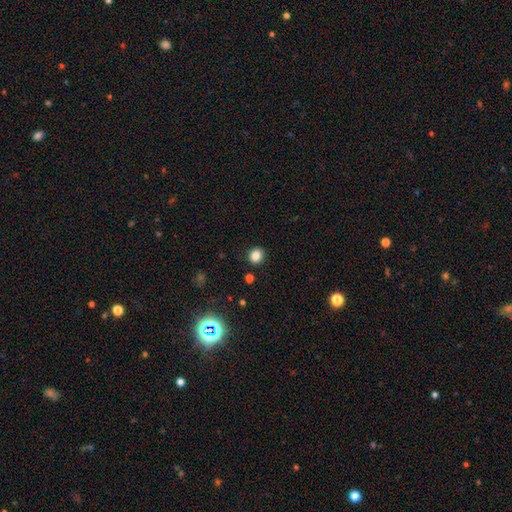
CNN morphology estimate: smooth-or-featured: smooth: 83% | star or artifact: 13% | featured or disk: 4%
  how-rounded: round: 81% | in between: 18% | cigar-shaped: 1%
  merging: none: 89% | minor disturbance: 7% | major disturbance: 2% | merger: 2%